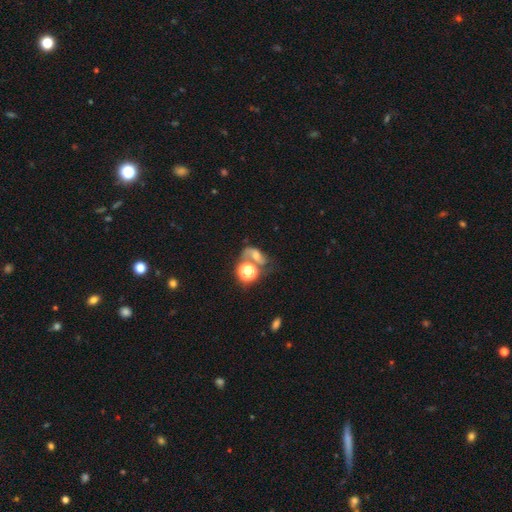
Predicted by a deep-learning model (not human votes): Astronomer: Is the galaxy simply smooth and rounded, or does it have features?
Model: featured or disk — 39% (runner-up: smooth, 34%).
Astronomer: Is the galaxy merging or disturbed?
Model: none — 34% (runner-up: merger, 31%).